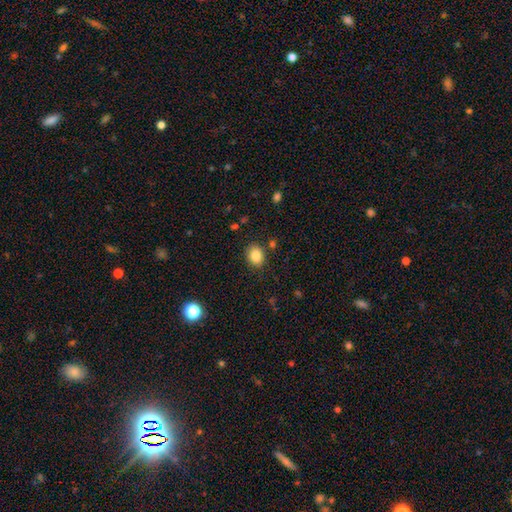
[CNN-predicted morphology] This appears to be a smooth galaxy with no disk features (85%) that is in between round and cigar-shaped (54%). Merging: none (84%).